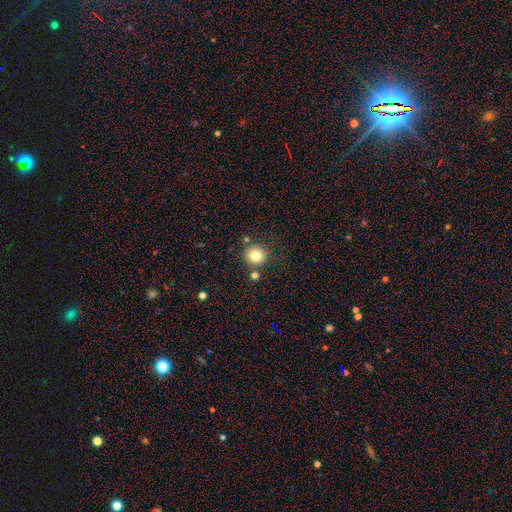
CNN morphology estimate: smooth 81%, star or artifact 11%, featured or disk 8%. Down the decision tree: how rounded — round (93%); merging — none (77%).